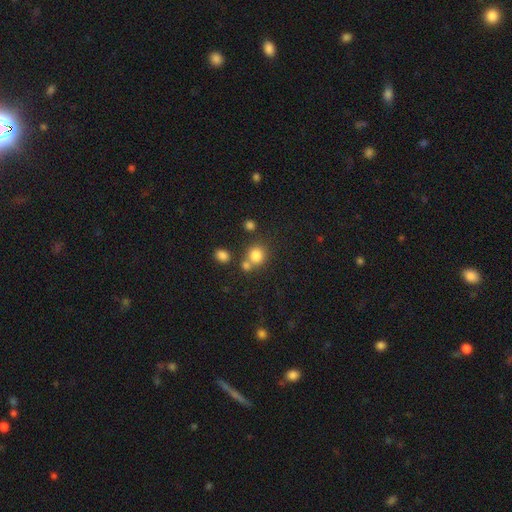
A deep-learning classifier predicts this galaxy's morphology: Smooth or featured? Predicted: smooth (p=0.80). How rounded? Predicted: round (p=0.83). Merging? Predicted: none (p=0.56).